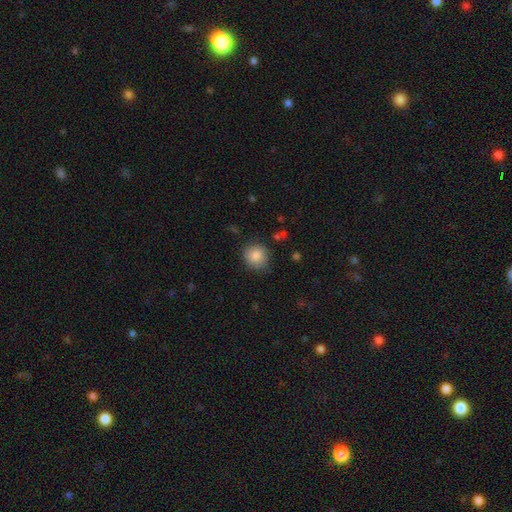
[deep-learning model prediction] Smooth or featured? smooth (85%)
How rounded? round (88%)
Merging? none (80%)